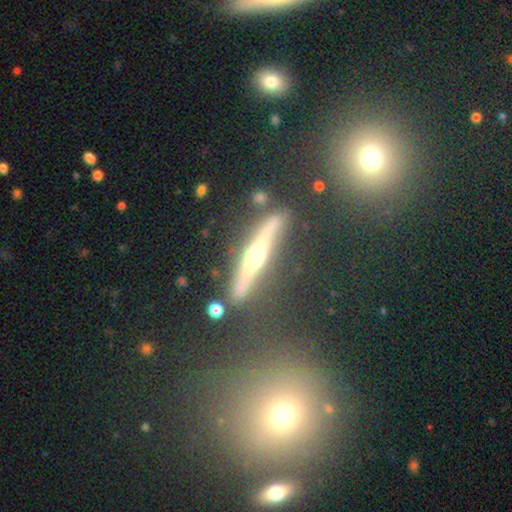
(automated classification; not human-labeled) smooth_or_featured: featured or disk (p=0.72) [alt: smooth p=0.20]
disk_edge_on: yes (p=0.93) [alt: no p=0.07]
edge_on_bulge: rounded (p=0.94) [alt: boxy p=0.04]
merging: none (p=0.81) [alt: minor disturbance p=0.11]